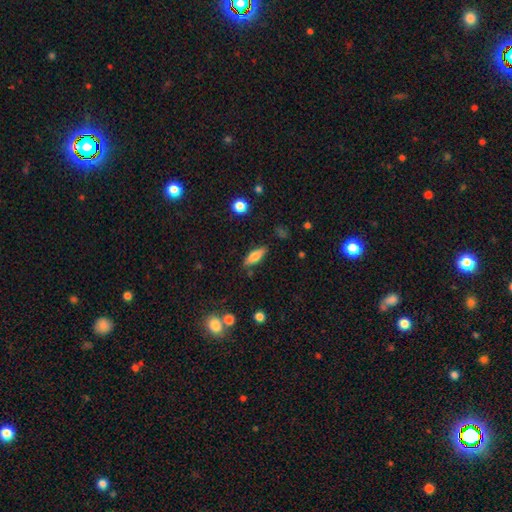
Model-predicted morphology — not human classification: Smooth or featured: smooth — 70% (featured or disk — 23%)
How rounded: in between — 58% (cigar-shaped — 40%)
Merging: none — 80% (minor disturbance — 14%)